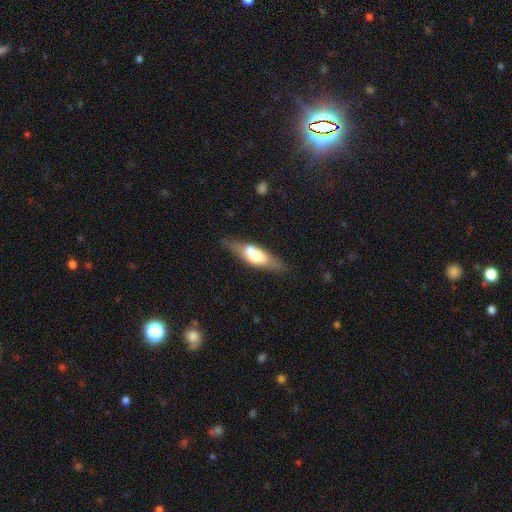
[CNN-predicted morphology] Overall: smooth (50%; featured or disk 43%). How rounded: in between (53%; cigar-shaped 45%). Merging: none (63%).